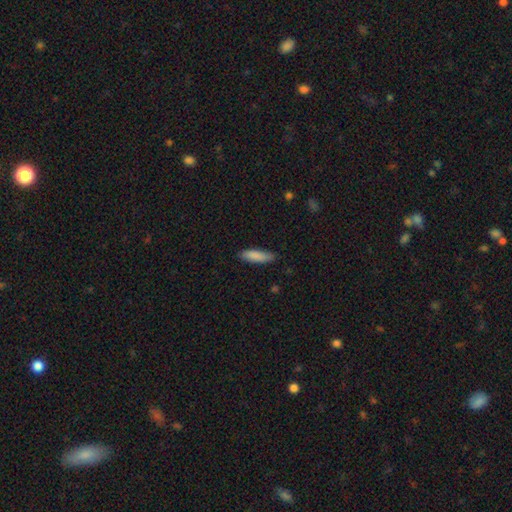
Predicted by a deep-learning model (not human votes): This appears to be a smooth galaxy with no disk features (86%) that is cigar-shaped (58%). Merging: none (79%).